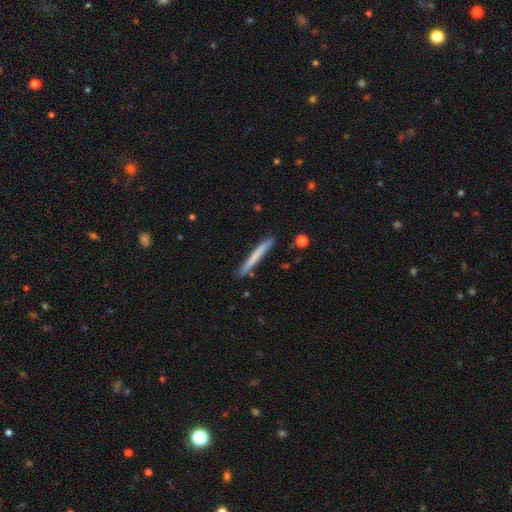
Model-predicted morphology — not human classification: type=smooth (66%); roundness=cigar-shaped (97%); merging=none (88%).